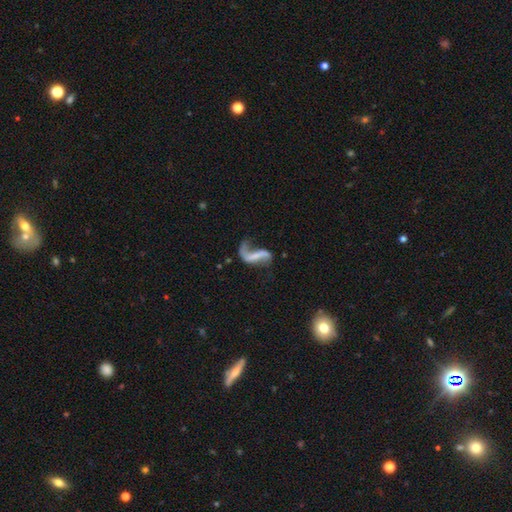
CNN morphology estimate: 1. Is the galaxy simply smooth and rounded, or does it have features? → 78% featured or disk, 14% smooth, 8% star or artifact.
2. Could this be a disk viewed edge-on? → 95% no, 5% yes.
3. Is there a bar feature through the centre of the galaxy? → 45% strong, 30% weak, 26% no.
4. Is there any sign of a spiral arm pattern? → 85% yes, 15% no.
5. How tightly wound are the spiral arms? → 89% loose, 9% medium, 2% tight.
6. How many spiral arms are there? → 72% 2, 23% 1, 2% can't tell, 1% 3, 1% 4, 1% more than 4.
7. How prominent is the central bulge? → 61% none, 26% small, 10% moderate, 3% large, 1% dominant.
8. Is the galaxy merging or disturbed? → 48% none, 28% major disturbance, 18% minor disturbance, 6% merger.